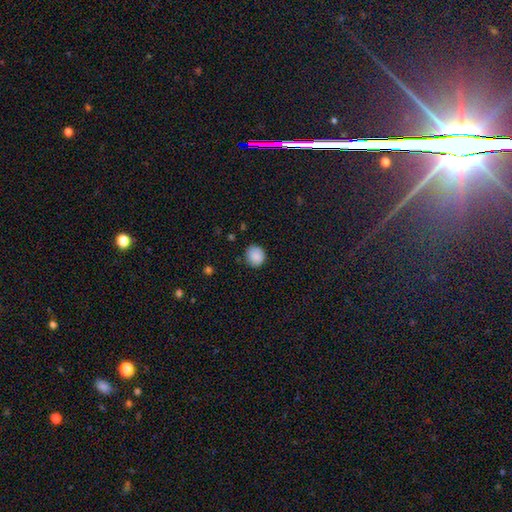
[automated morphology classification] The model was most divided on "merging": none: 84%, minor disturbance: 13%, major disturbance: 3%, merger: 1%. More confident: smooth or featured — smooth (88%); how rounded — round (86%).